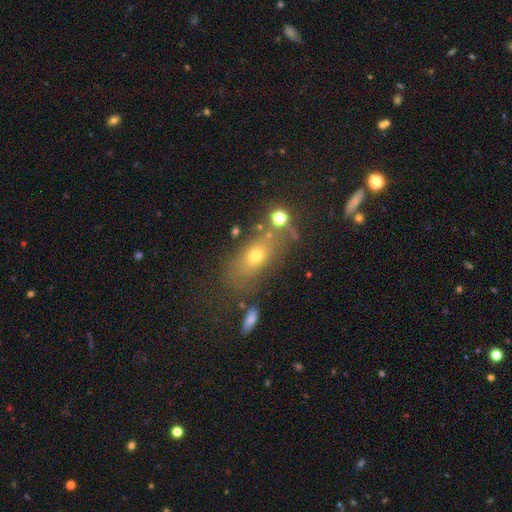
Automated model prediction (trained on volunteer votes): smooth-or-featured: smooth: 61% | featured or disk: 22% | star or artifact: 17%
  how-rounded: in between: 73% | round: 18% | cigar-shaped: 10%
  merging: none: 57% | minor disturbance: 18% | merger: 13% | major disturbance: 12%